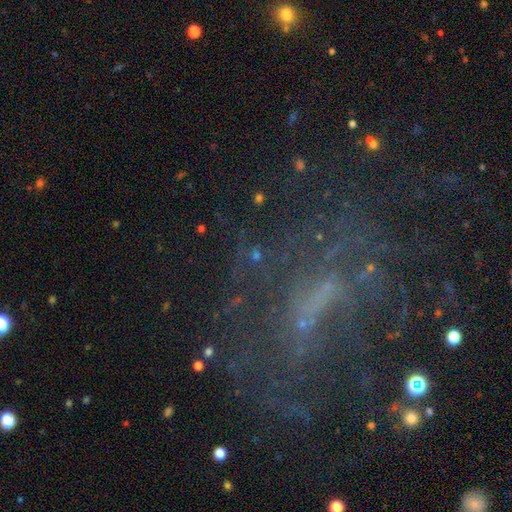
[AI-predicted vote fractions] Smooth or featured? star or artifact (53%)